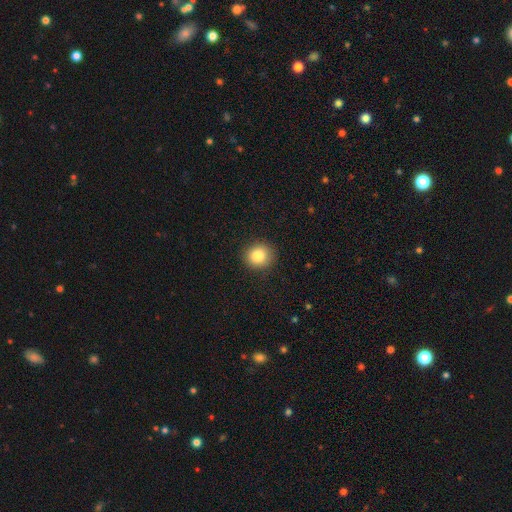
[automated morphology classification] Smooth or featured? Predicted: smooth (p=0.84). How rounded? Predicted: round (p=0.84). Merging? Predicted: none (p=0.89).